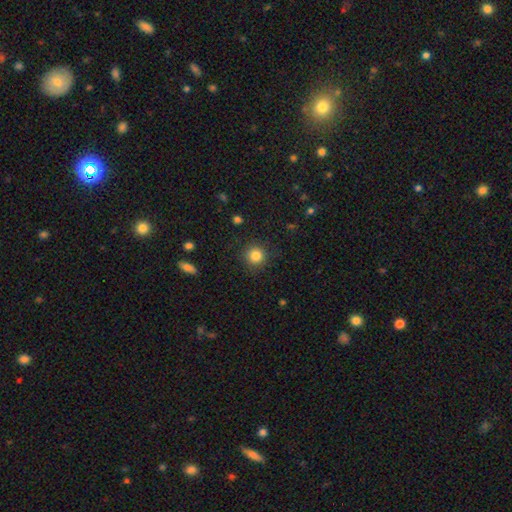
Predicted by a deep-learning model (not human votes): Smooth or featured? smooth (83%)
How rounded? round (93%)
Merging? none (89%)